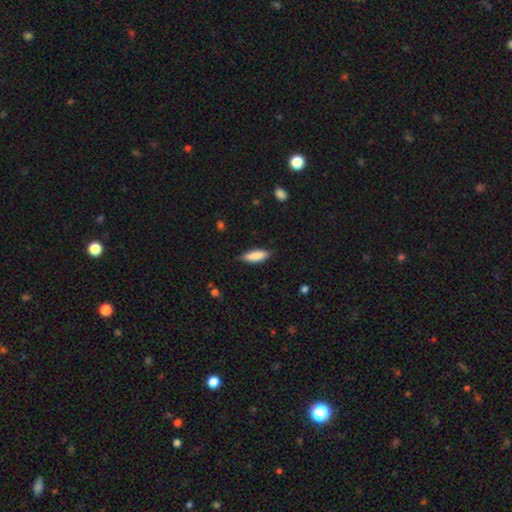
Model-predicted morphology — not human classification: Smooth or featured: smooth — 83% (featured or disk — 11%)
How rounded: in between — 61% (cigar-shaped — 37%)
Merging: none — 78% (minor disturbance — 18%)